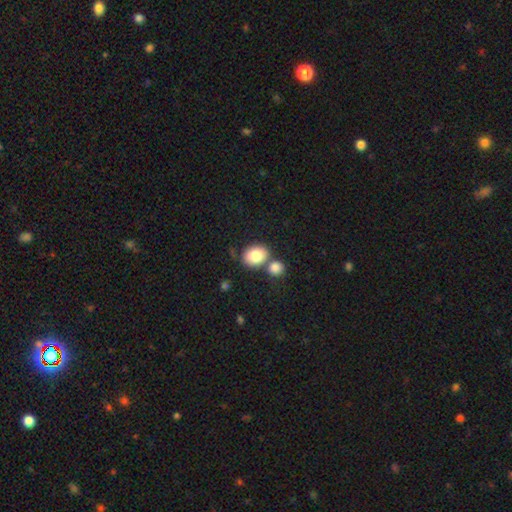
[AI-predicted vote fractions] smooth 82%, featured or disk 9%, star or artifact 8%. Down the decision tree: how rounded — in between (58%); merging — none (58%).